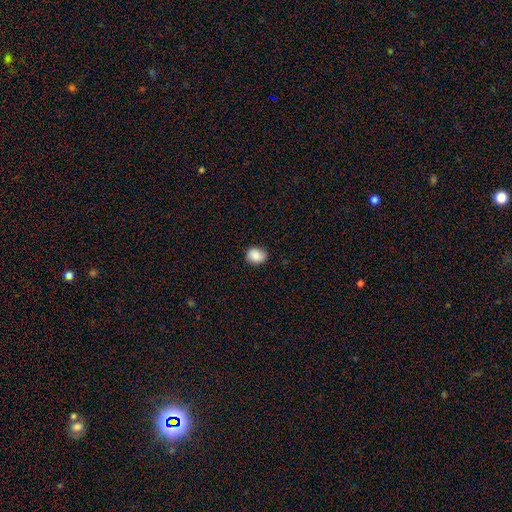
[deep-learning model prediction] Smooth or featured?
  - smooth: 86% *
  - star or artifact: 8%
  - featured or disk: 6%
How rounded?
  - round: 55% *
  - in between: 44%
  - cigar-shaped: 1%
Merging?
  - none: 84% *
  - minor disturbance: 13%
  - major disturbance: 2%
  - merger: 1%